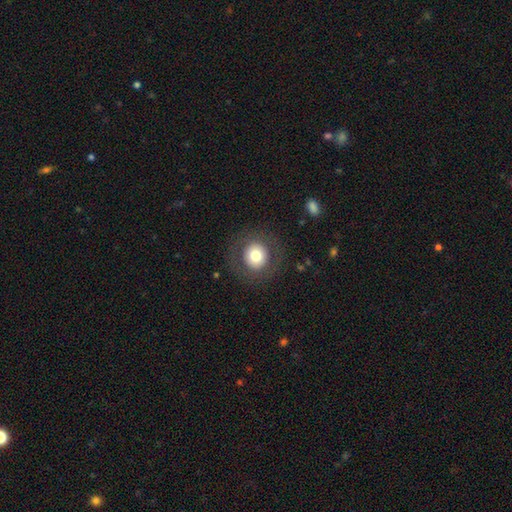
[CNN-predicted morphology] smooth 70%, featured or disk 20%, star or artifact 10%. Down the decision tree: how rounded — round (93%); merging — none (85%).